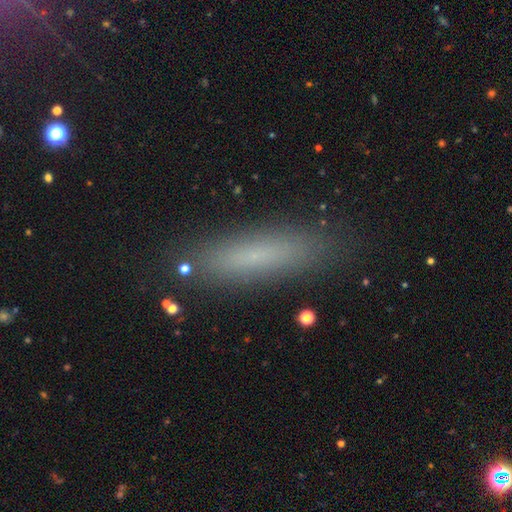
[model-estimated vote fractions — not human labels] Q: Smooth or featured?
A: smooth (70%); runner-up: featured or disk (17%)
Q: How rounded?
A: cigar-shaped (76%); runner-up: in between (22%)
Q: Merging?
A: none (86%); runner-up: minor disturbance (10%)